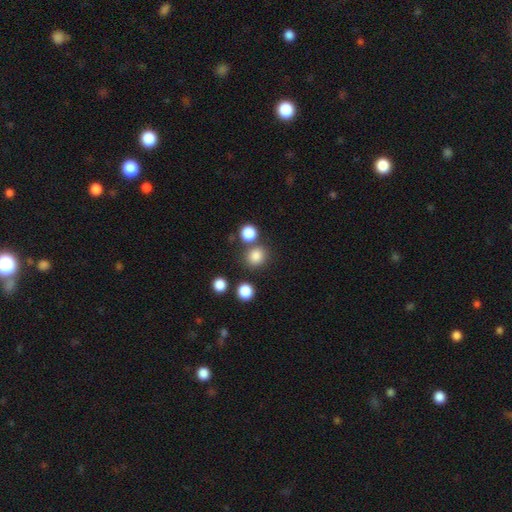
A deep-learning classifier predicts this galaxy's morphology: Smooth or featured: smooth — 83% (star or artifact — 12%)
How rounded: round — 81% (in between — 18%)
Merging: none — 75% (merger — 13%)